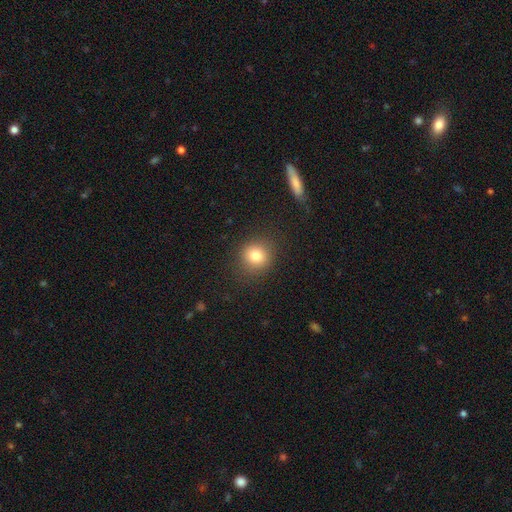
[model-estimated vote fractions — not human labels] A smooth galaxy with no disk features (80%) that is round (87%).

Vote fractions:
- Smooth or featured? smooth: 80% / star or artifact: 12% / featured or disk: 8%
- How rounded? round: 87% / in between: 12% / cigar-shaped: 1%
- Merging? none: 87% / minor disturbance: 8% / major disturbance: 4% / merger: 1%